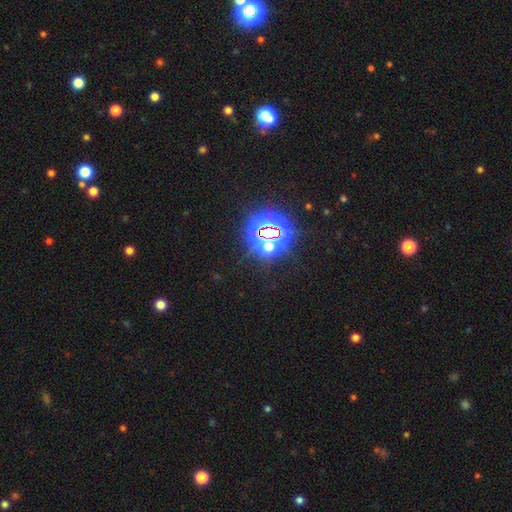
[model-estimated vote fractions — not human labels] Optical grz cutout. It shows a star or artifact, not a galaxy (84%).